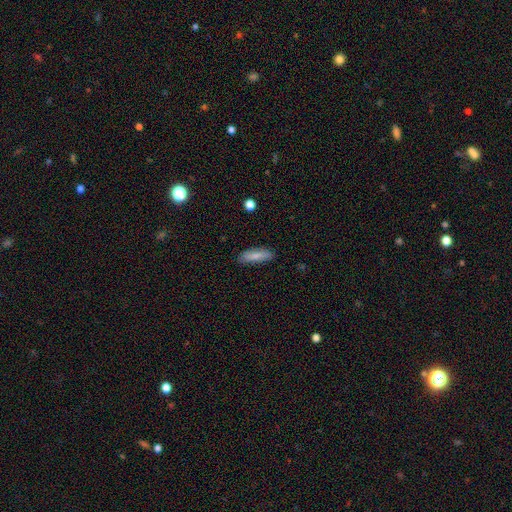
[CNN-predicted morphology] Smooth or featured: smooth — 80% (featured or disk — 13%)
How rounded: cigar-shaped — 59% (in between — 39%)
Merging: none — 84% (minor disturbance — 12%)